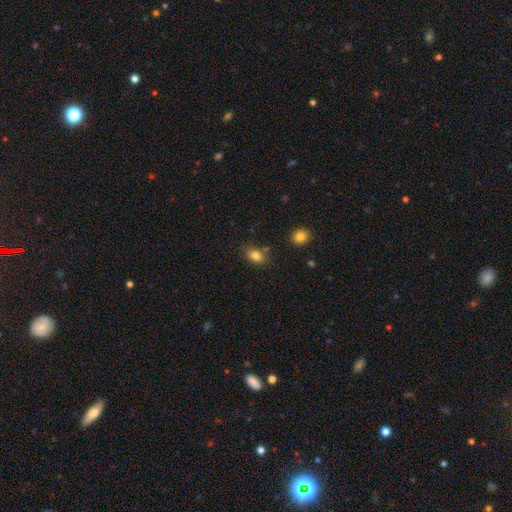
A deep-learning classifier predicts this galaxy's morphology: This is clearly a smooth galaxy (83%). How rounded: likely in between (77%). Merging: likely none (74%).